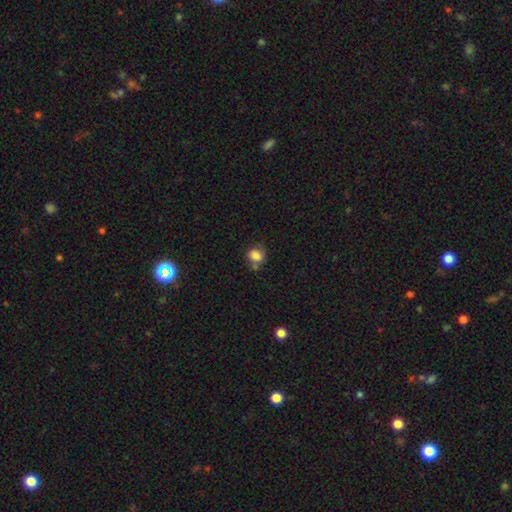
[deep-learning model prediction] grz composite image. It shows a smooth galaxy with no disk features (83%) that is round (70%). Merging: none (58%).